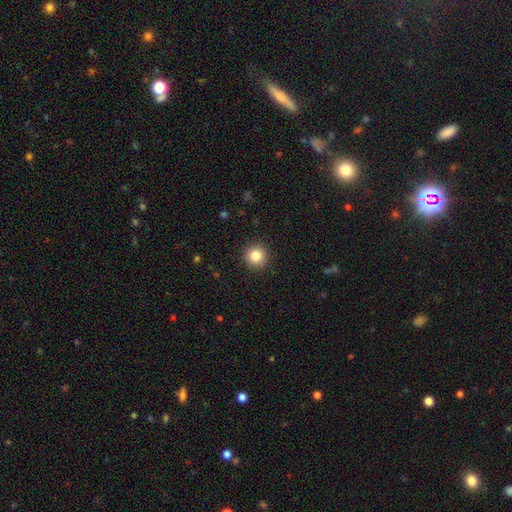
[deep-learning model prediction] The model was most divided on "smooth or featured": smooth: 85%, star or artifact: 10%, featured or disk: 5%. More confident: how rounded — round (95%); merging — none (91%).